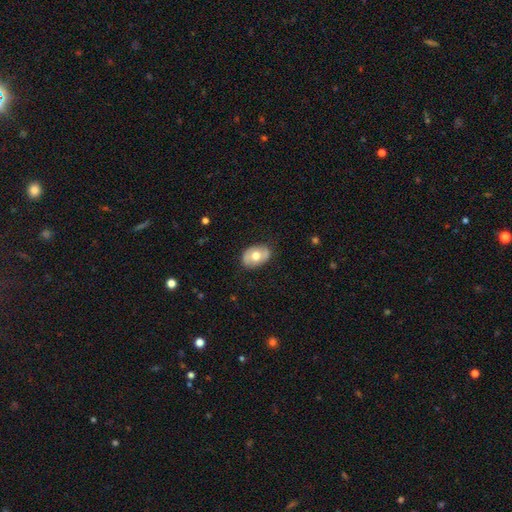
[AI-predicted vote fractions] This is possibly a smooth galaxy (59%). How rounded: clearly in between (83%). Merging: likely none (79%).